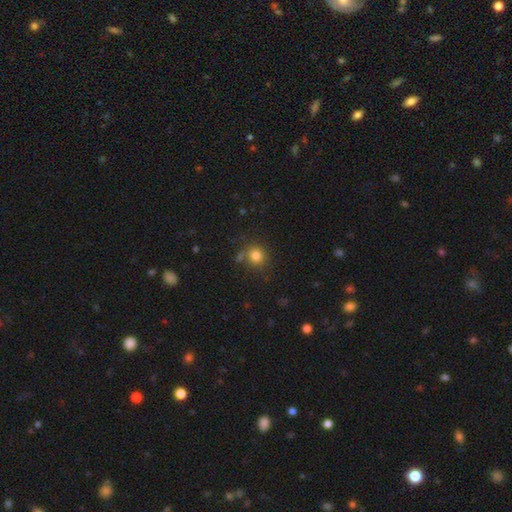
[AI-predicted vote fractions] Morphology: type=smooth (81%); roundness=round (84%); merging=none (73%).